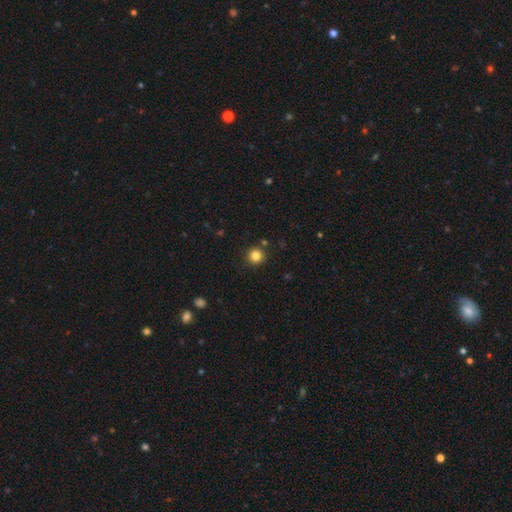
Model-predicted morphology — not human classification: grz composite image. It shows a smooth galaxy with no disk features (82%) that is round (95%). Merging: none (90%).